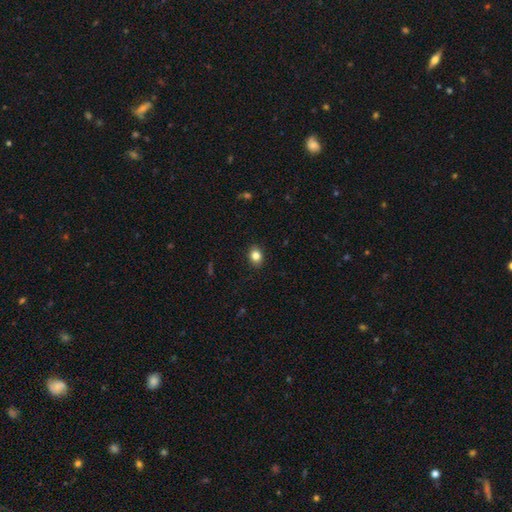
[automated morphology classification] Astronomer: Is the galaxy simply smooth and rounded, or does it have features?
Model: smooth — 84%.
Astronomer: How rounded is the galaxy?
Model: in between — 56% (runner-up: round, 43%).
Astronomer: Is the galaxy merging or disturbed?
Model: none — 89%.